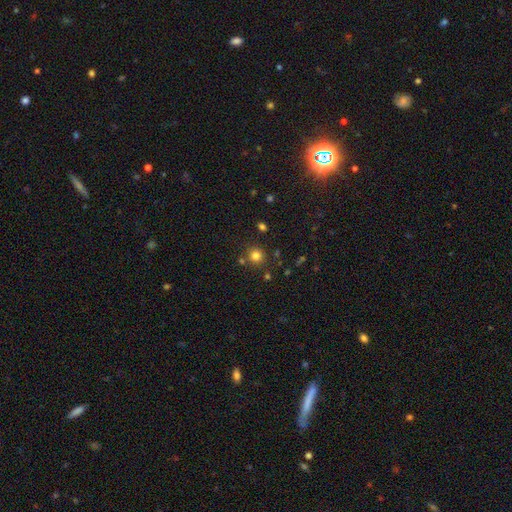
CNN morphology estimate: smooth-or-featured: smooth: 79% | star or artifact: 15% | featured or disk: 6%
  how-rounded: round: 91% | in between: 8% | cigar-shaped: 1%
  merging: none: 82% | minor disturbance: 8% | merger: 7% | major disturbance: 3%